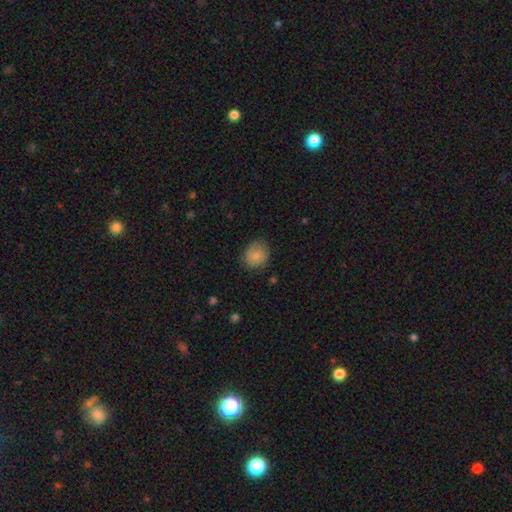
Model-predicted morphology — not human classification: Q: Smooth or featured?
A: smooth (84%); runner-up: featured or disk (9%)
Q: How rounded?
A: round (71%); runner-up: in between (28%)
Q: Merging?
A: none (80%); runner-up: minor disturbance (15%)